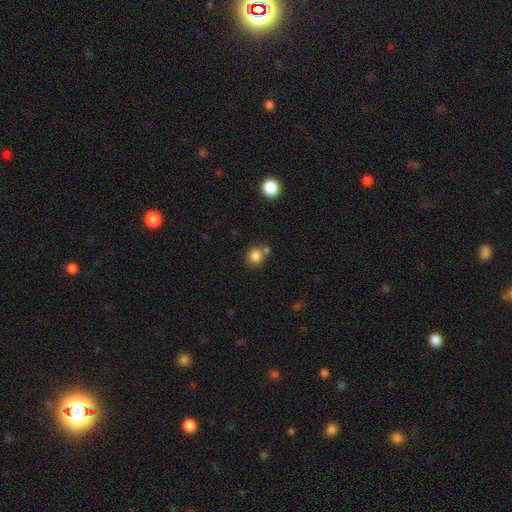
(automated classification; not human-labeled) A smooth galaxy with no disk features (83%) that is round (84%).

Vote fractions:
- Smooth or featured? smooth: 83% / star or artifact: 11% / featured or disk: 6%
- How rounded? round: 84% / in between: 15% / cigar-shaped: 1%
- Merging? none: 60% / merger: 23% / minor disturbance: 12% / major disturbance: 4%